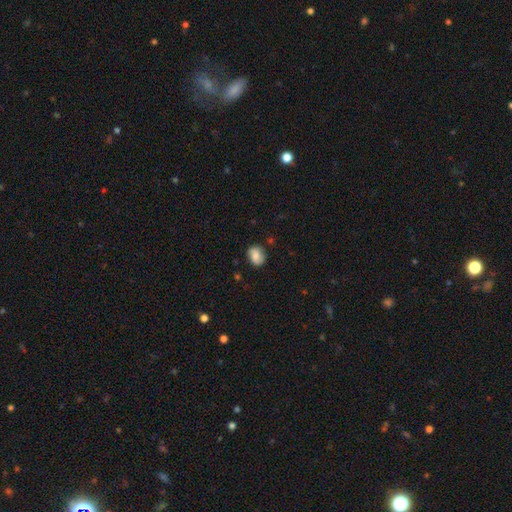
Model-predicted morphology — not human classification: smooth_or_featured: smooth (p=0.73) [alt: featured or disk p=0.18]
how_rounded: in between (p=0.56) [alt: round p=0.43]
merging: none (p=0.80) [alt: minor disturbance p=0.15]